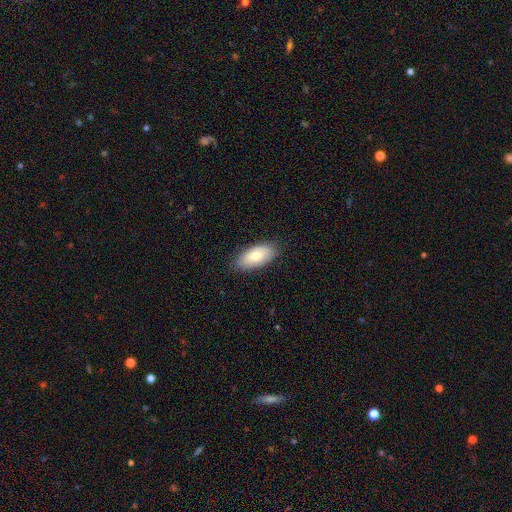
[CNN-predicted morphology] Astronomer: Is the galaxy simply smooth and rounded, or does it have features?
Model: smooth — 76%.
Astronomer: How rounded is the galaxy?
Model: in between — 92%.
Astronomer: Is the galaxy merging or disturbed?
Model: none — 84%.